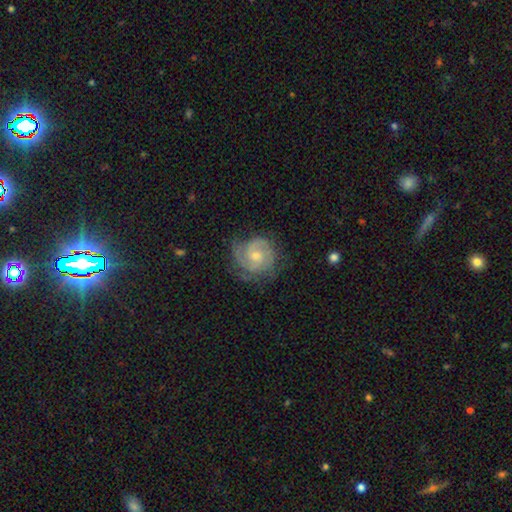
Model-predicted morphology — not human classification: Smooth or featured? Predicted: featured or disk (p=0.84). Edge-on disk? Predicted: no (p=0.98). Bar? Predicted: no (p=0.67). Spiral arms? Predicted: yes (p=0.97). Spiral winding? Predicted: tight (p=0.61). Spiral arm count? Predicted: 2 (p=0.47). Bulge size? Predicted: moderate (p=0.52). Merging? Predicted: none (p=0.72).